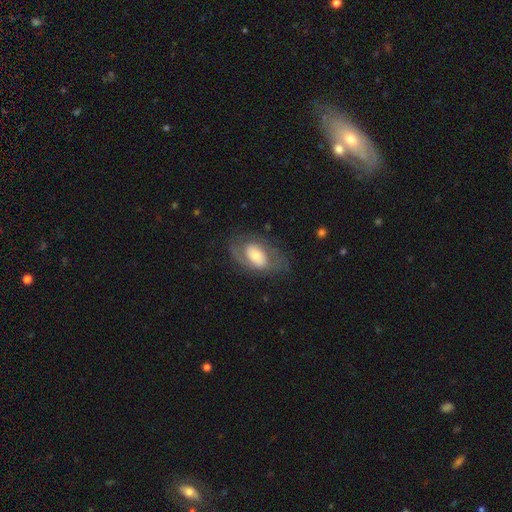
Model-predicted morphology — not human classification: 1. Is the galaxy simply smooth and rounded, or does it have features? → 59% featured or disk, 35% smooth, 6% star or artifact.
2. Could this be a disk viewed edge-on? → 94% no, 6% yes.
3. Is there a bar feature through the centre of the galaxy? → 53% no, 32% weak, 15% strong.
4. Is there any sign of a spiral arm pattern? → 65% yes, 35% no.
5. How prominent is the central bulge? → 49% moderate, 28% small, 19% large, 3% dominant, 2% none.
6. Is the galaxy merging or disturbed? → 63% none, 19% minor disturbance, 16% major disturbance, 1% merger.